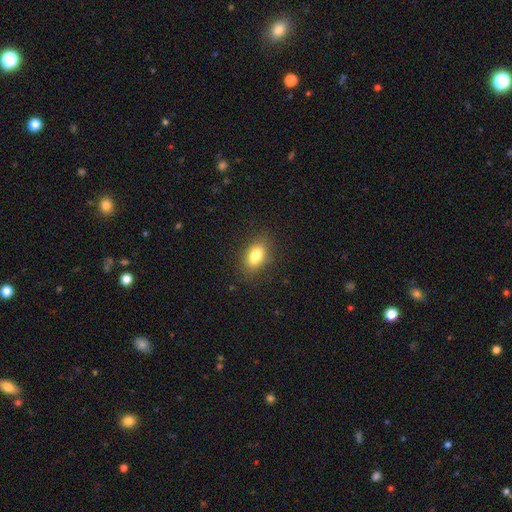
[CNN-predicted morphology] A smooth galaxy with no disk features (81%) that is in between round and cigar-shaped (87%).

Vote fractions:
- Smooth or featured? smooth: 81% / featured or disk: 10% / star or artifact: 9%
- How rounded? in between: 87% / round: 9% / cigar-shaped: 5%
- Merging? none: 84% / minor disturbance: 12% / major disturbance: 3% / merger: 1%